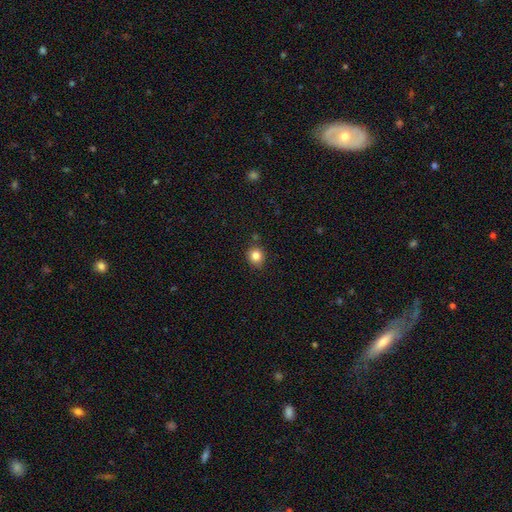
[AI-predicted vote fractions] smooth_or_featured: smooth (p=0.83) [alt: star or artifact p=0.11]
how_rounded: round (p=0.85) [alt: in between p=0.14]
merging: none (p=0.83) [alt: minor disturbance p=0.11]